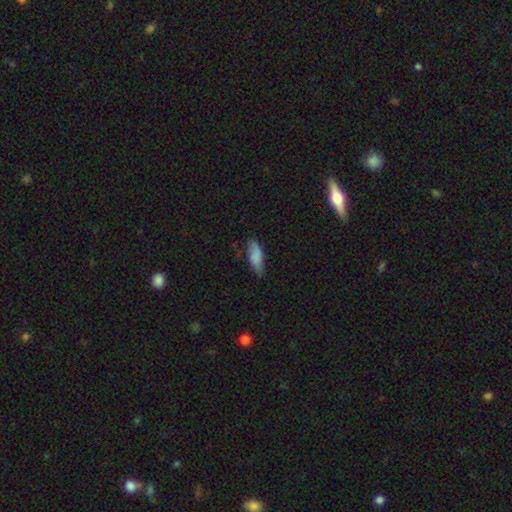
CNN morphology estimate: Smooth or featured? smooth (82%)
How rounded? in between (68%)
Merging? none (65%)